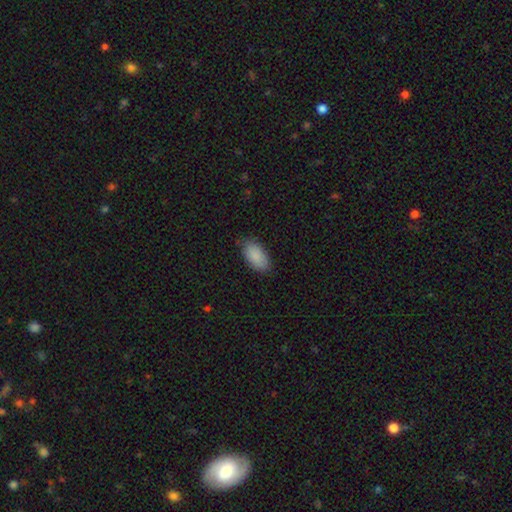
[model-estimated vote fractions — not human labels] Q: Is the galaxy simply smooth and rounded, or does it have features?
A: smooth — 89%.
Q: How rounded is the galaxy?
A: in between — 94%.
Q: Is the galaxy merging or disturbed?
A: none — 80%.